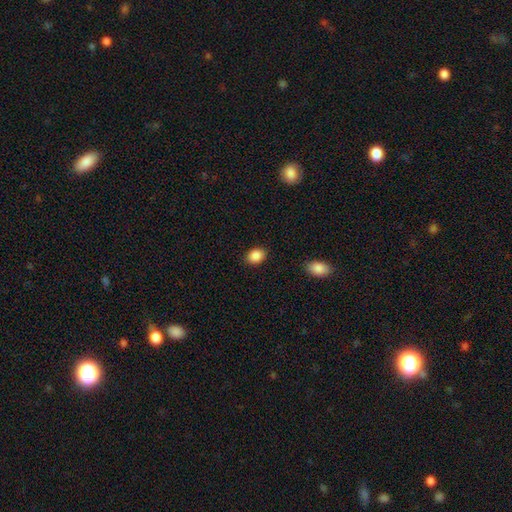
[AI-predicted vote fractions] A smooth galaxy with no disk features (89%) that is in between round and cigar-shaped (64%). Merging: none (88%).